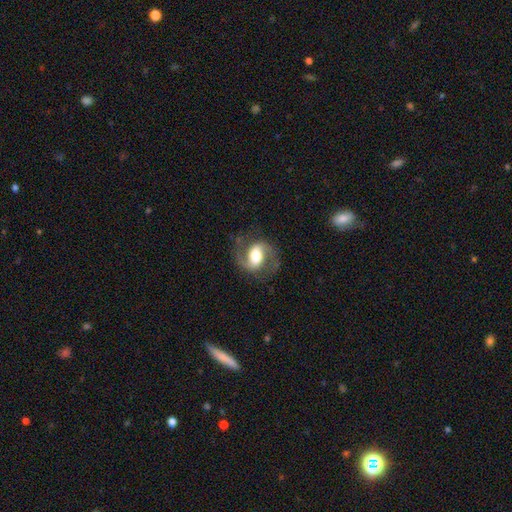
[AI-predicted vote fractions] This is clearly a featured or disk galaxy (81%). It is clearly not viewed edge-on (97%). Bar: marginally weak (41%). Spiral arm pattern: clearly yes (93%). Spiral arm count: clearly 2 (92%). Spiral winding: possibly medium (53%). Central bulge: possibly moderate (48%). Merging: likely none (74%).